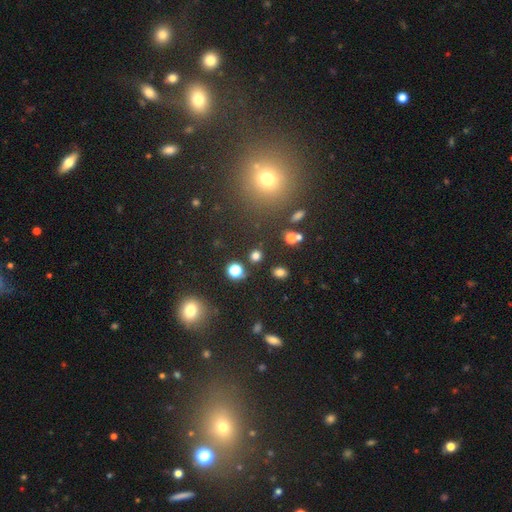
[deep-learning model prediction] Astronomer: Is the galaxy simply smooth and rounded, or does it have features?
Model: smooth — 75%.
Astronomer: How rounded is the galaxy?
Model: round — 70%.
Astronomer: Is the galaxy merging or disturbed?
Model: none — 83%.